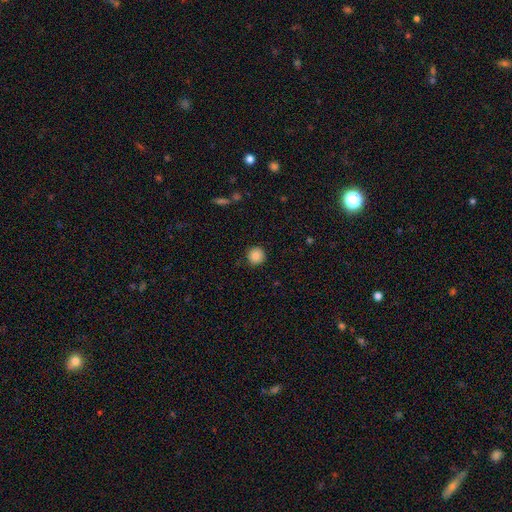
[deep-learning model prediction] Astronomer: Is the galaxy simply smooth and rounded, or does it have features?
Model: smooth — 87%.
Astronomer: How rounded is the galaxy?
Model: round — 94%.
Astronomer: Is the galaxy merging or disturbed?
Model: none — 90%.